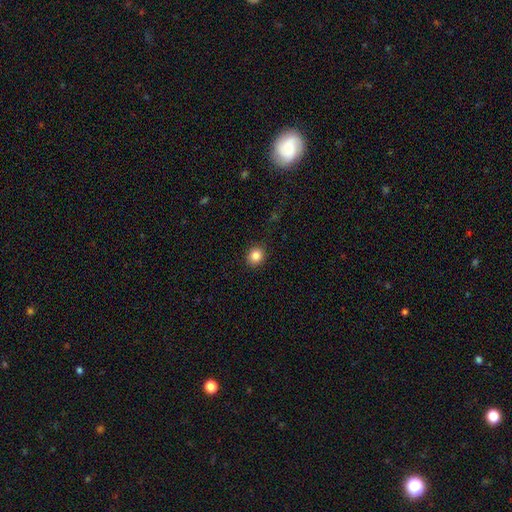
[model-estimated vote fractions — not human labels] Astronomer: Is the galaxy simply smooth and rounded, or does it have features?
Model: smooth — 85%.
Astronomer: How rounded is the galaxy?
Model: round — 80%.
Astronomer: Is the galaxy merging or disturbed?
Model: none — 90%.